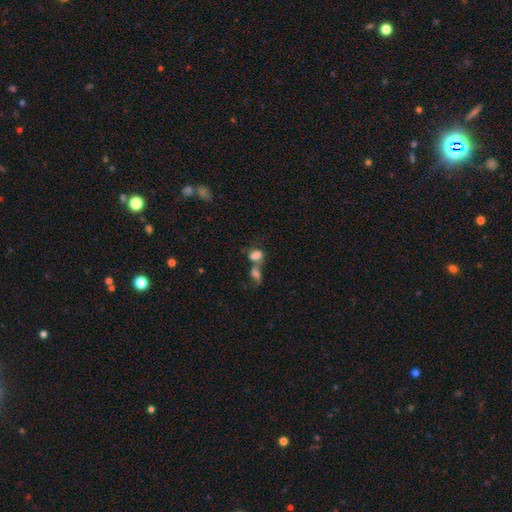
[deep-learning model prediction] smooth_or_featured: smooth (p=0.73) [alt: featured or disk p=0.16]
how_rounded: in between (p=0.69) [alt: round p=0.28]
merging: merger (p=0.69) [alt: none p=0.16]